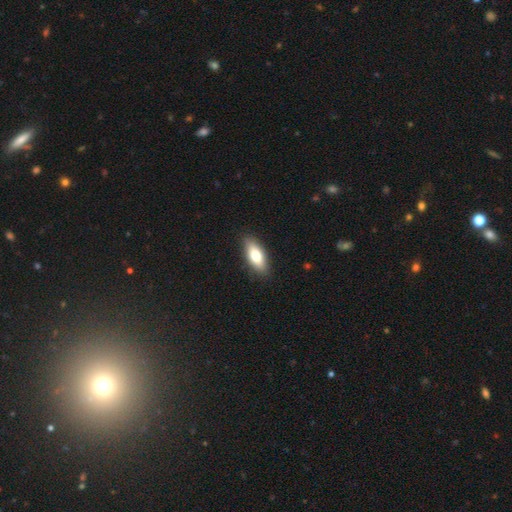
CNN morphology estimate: This is likely a smooth galaxy (73%). How rounded: likely in between (80%). Merging: clearly none (88%).